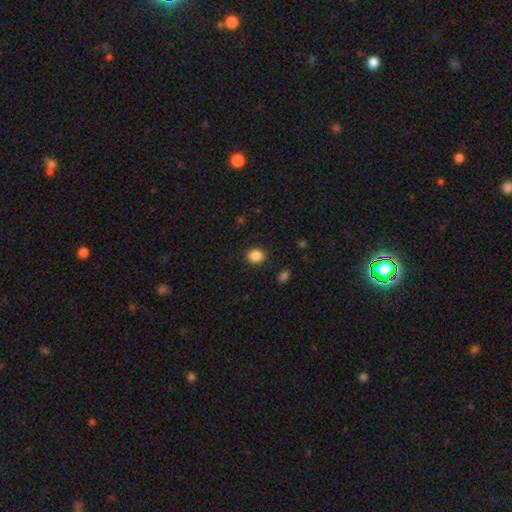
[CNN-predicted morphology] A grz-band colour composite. It shows a smooth galaxy with no disk features (87%) that is round (67%). Merging: none (90%).